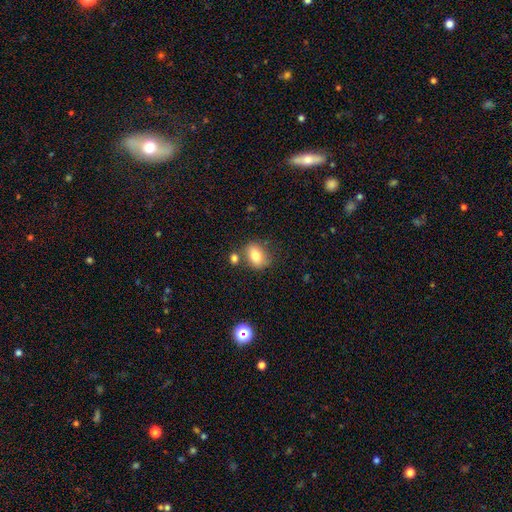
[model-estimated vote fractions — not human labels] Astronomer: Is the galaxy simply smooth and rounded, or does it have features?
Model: smooth — 79%.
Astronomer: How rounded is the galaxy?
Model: in between — 74%.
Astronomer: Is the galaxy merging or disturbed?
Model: none — 65%.